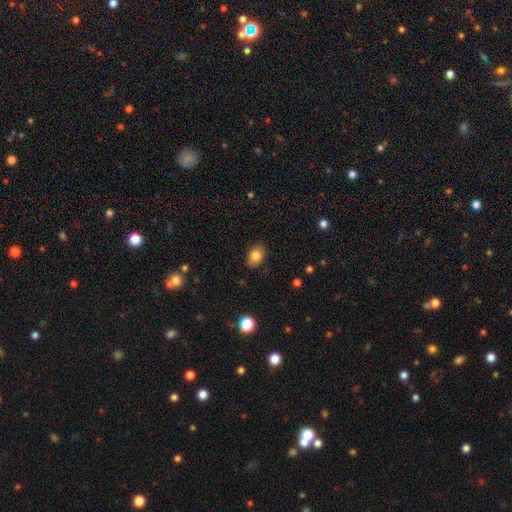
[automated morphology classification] This appears to be a smooth galaxy with no disk features (83%) that is in between round and cigar-shaped (76%). Merging: none (85%).